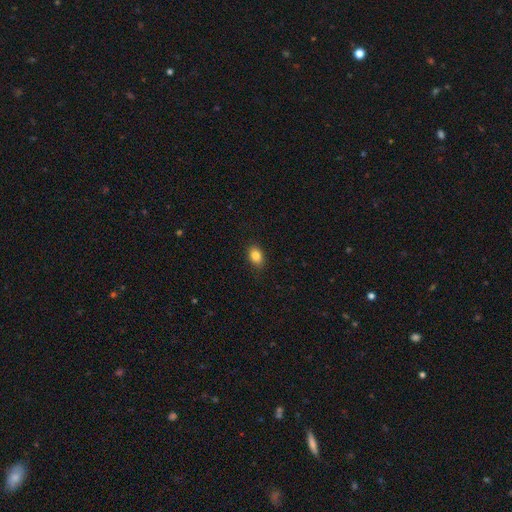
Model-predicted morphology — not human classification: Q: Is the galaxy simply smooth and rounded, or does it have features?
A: smooth — 84%.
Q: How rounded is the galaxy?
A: in between — 75%.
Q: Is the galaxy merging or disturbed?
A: none — 87%.